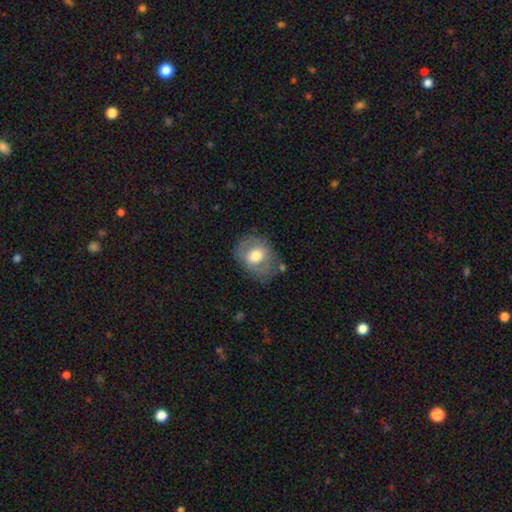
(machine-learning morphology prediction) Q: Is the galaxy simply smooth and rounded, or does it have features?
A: smooth — 54%.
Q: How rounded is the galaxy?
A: in between — 54%.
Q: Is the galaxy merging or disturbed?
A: none — 65%.